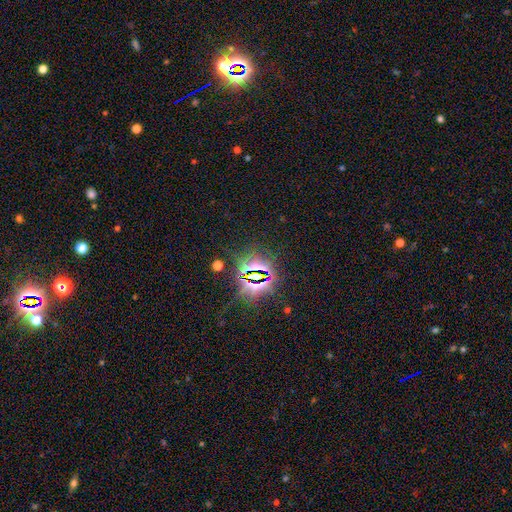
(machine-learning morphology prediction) type=star or artifact (81%).